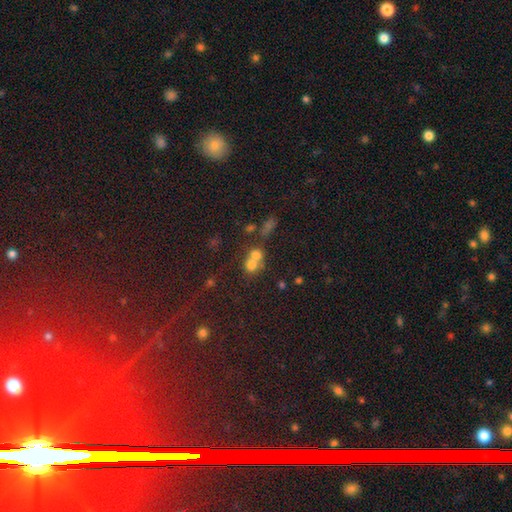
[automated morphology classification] A smooth galaxy with no disk features (67%) that is round (75%). Merging: merger (61%).